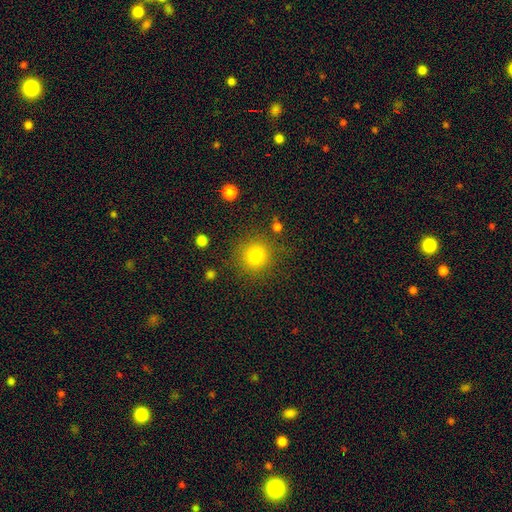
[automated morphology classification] smooth 82%, star or artifact 13%, featured or disk 6%. Down the decision tree: how rounded — round (94%); merging — none (86%).